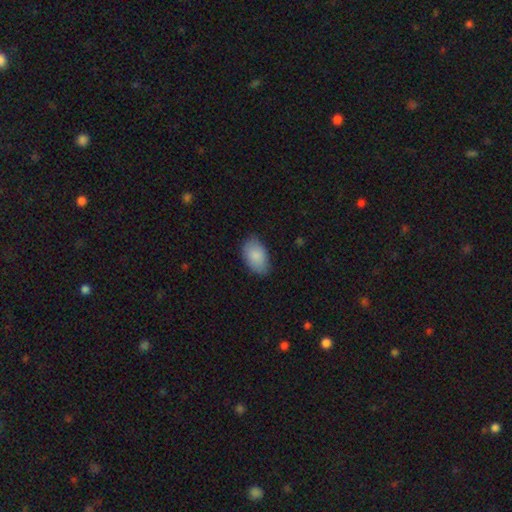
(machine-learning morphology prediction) This is clearly a smooth galaxy (87%). How rounded: clearly in between (92%). Merging: likely none (78%).